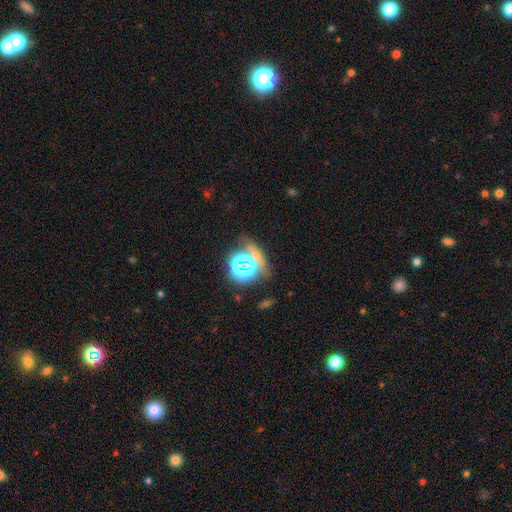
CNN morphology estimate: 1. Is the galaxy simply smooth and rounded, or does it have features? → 62% star or artifact, 25% smooth, 13% featured or disk.